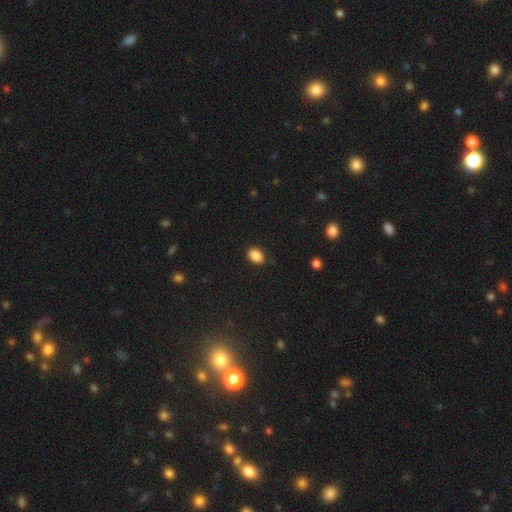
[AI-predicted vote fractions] This appears to be a smooth galaxy with no disk features (88%) that is in between round and cigar-shaped (78%). Merging: none (86%).